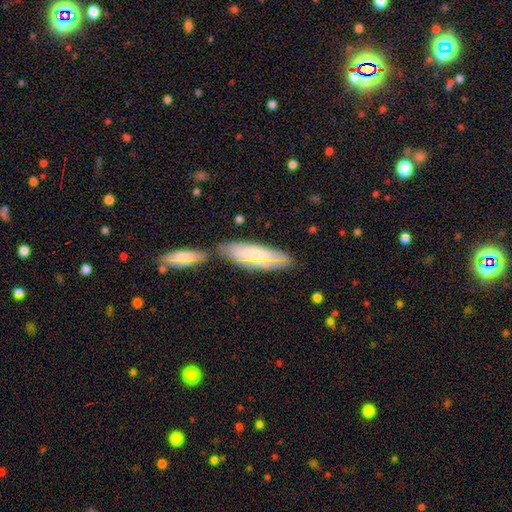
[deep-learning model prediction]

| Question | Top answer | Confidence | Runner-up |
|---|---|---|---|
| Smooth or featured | smooth | 49% | featured or disk (40%) |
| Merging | none | 68% | minor disturbance (16%) |